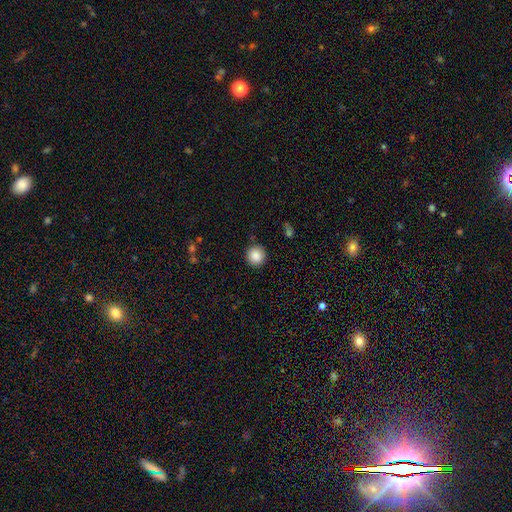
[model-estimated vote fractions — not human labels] smooth-or-featured: smooth: 87% | star or artifact: 9% | featured or disk: 4%
  how-rounded: round: 94% | in between: 5% | cigar-shaped: 1%
  merging: none: 90% | minor disturbance: 7% | major disturbance: 2% | merger: 2%